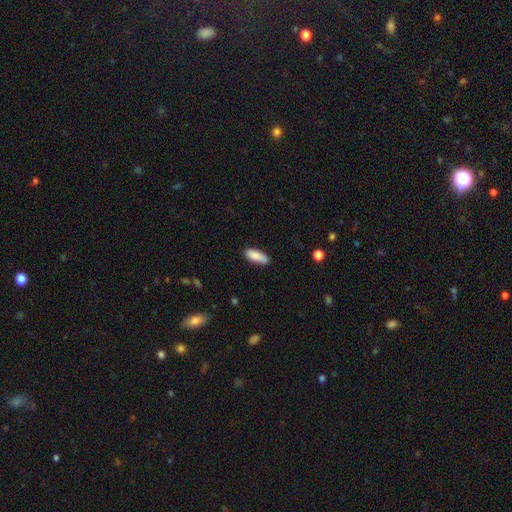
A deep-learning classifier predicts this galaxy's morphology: Smooth or featured? smooth (88%)
How rounded? in between (71%)
Merging? none (83%)